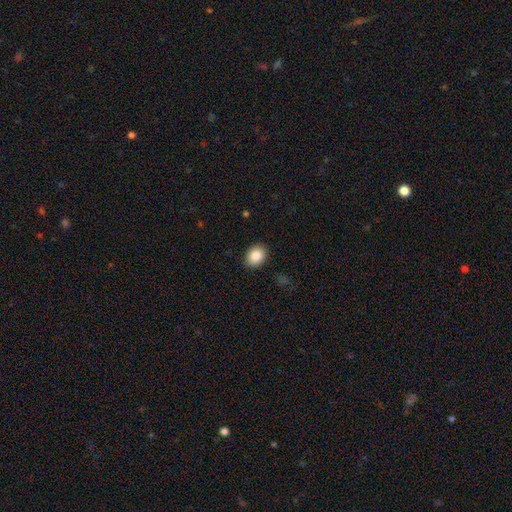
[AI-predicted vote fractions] Morphology: type=smooth (86%); roundness=in between (57%); merging=none (90%).